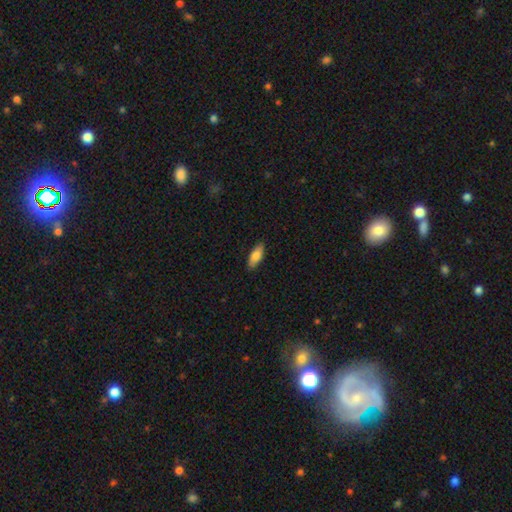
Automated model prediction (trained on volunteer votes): A smooth galaxy with no disk features (83%) that is in between round and cigar-shaped (78%).

Vote fractions:
- Smooth or featured? smooth: 83% / featured or disk: 11% / star or artifact: 6%
- How rounded? in between: 78% / cigar-shaped: 20% / round: 2%
- Merging? none: 87% / minor disturbance: 10% / major disturbance: 2% / merger: 1%